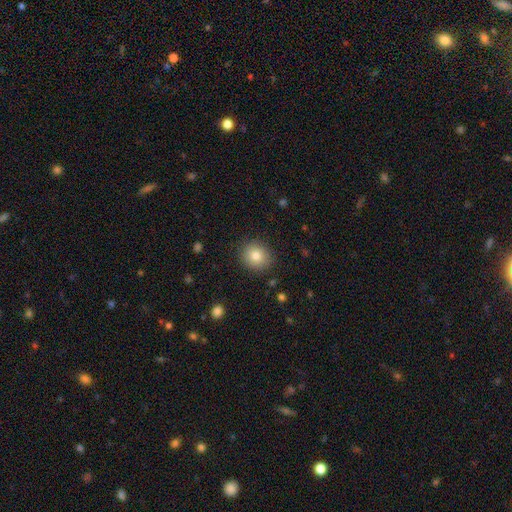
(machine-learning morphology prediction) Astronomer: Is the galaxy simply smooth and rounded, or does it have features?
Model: smooth — 81%.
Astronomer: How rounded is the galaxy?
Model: round — 84%.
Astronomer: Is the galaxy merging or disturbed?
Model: none — 89%.